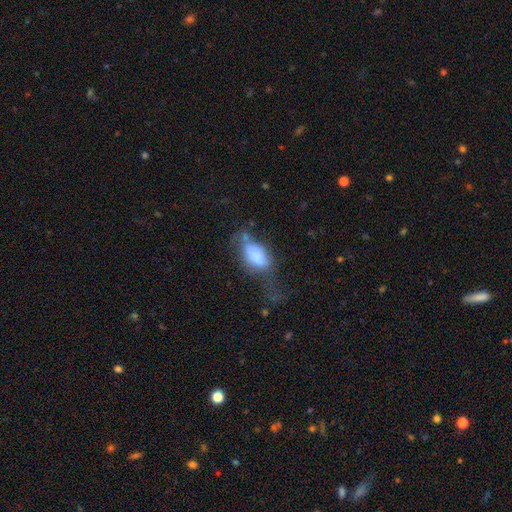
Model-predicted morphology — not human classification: A smooth galaxy with no disk features (69%) that is in between round and cigar-shaped (90%). Merging: major disturbance (44%).